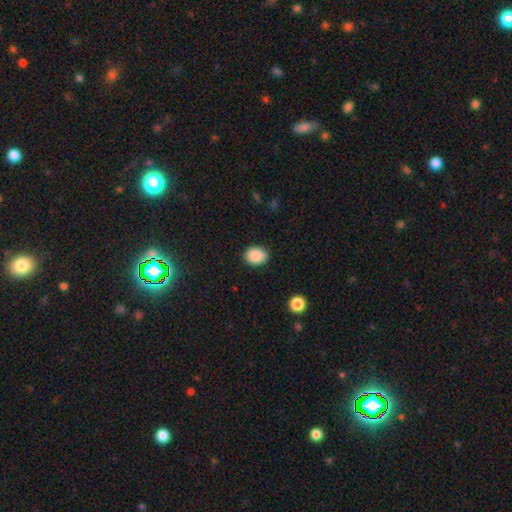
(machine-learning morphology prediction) type=smooth (89%); roundness=in between (60%); merging=none (86%).